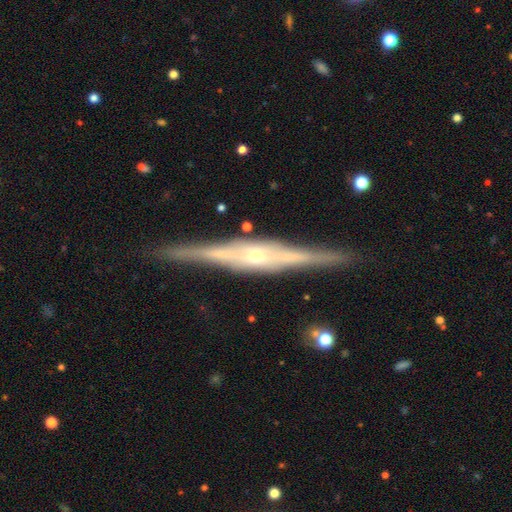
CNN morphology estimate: This appears to be a featured or disk galaxy (88%) viewed edge-on (97%) with a rounded central bulge (52%). Merging: none (88%).